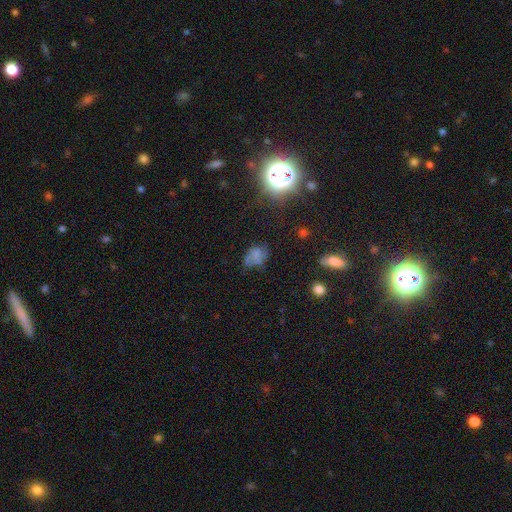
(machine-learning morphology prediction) Smooth or featured?
  - smooth: 58% *
  - featured or disk: 22%
  - star or artifact: 20%
How rounded?
  - in between: 74% *
  - round: 25%
  - cigar-shaped: 2%
Merging?
  - none: 48% *
  - minor disturbance: 29%
  - major disturbance: 17%
  - merger: 6%